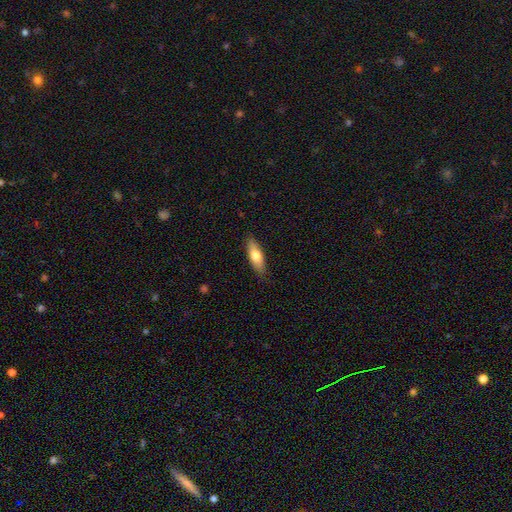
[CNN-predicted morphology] Smooth or featured? Predicted: smooth (p=0.69). How rounded? Predicted: in between (p=0.56). Merging? Predicted: none (p=0.86).